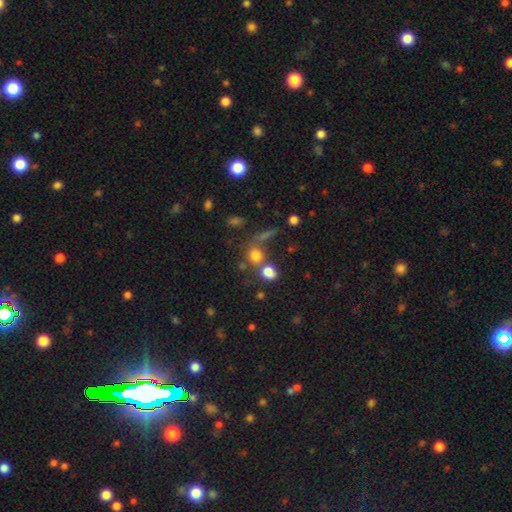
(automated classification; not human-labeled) smooth 76%, star or artifact 15%, featured or disk 9%. Down the decision tree: how rounded — round (76%); merging — none (52%).